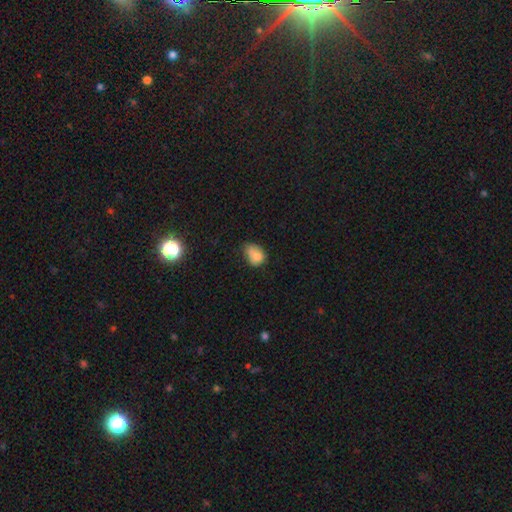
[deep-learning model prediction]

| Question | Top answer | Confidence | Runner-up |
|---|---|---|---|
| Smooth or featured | smooth | 75% | featured or disk (13%) |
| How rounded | in between | 67% | round (32%) |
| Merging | minor disturbance | 37% | none (35%) |